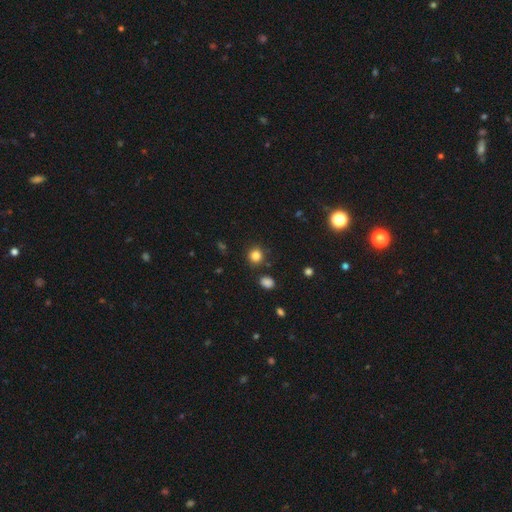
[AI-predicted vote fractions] A smooth galaxy with no disk features (83%) that is round (88%). Merging: none (86%).